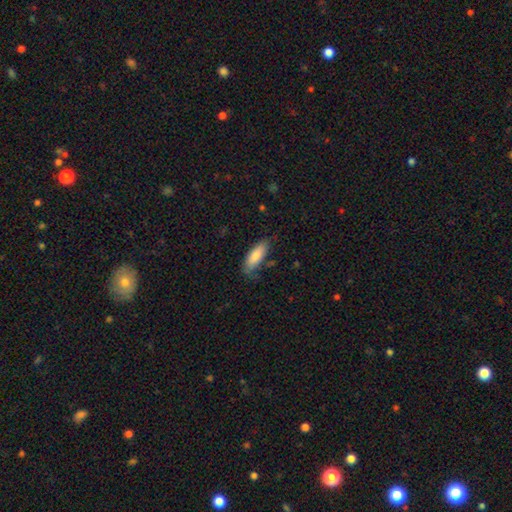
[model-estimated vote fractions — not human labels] Smooth or featured? smooth (82%)
How rounded? in between (66%)
Merging? none (66%)